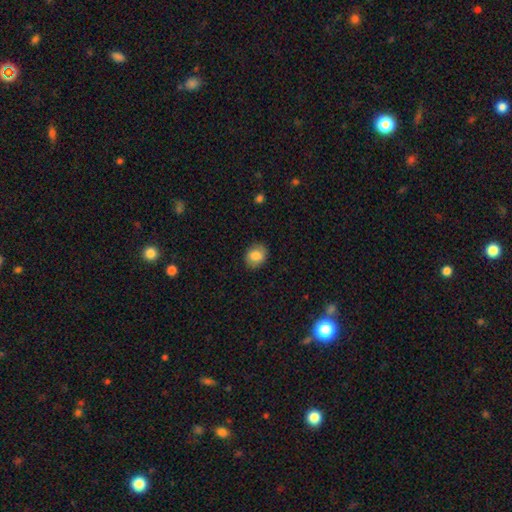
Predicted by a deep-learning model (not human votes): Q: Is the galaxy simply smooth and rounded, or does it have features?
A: smooth — 83%.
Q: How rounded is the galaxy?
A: round — 57%.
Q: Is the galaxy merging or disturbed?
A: none — 86%.